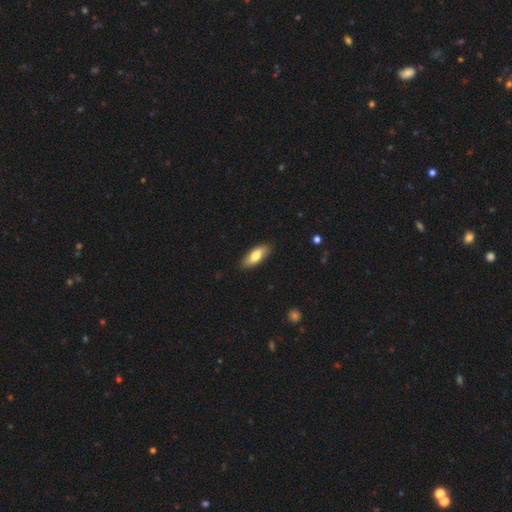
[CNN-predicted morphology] smooth-or-featured: smooth: 76% | featured or disk: 19% | star or artifact: 5%
  how-rounded: in between: 75% | cigar-shaped: 23% | round: 2%
  merging: none: 86% | minor disturbance: 11% | major disturbance: 2% | merger: 1%